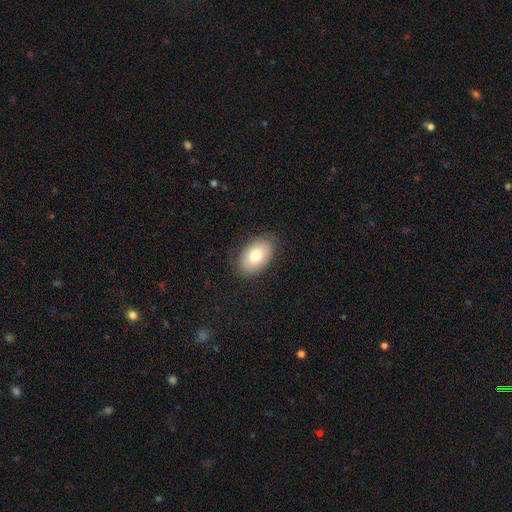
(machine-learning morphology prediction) Smooth or featured? smooth (76%)
How rounded? in between (88%)
Merging? none (84%)